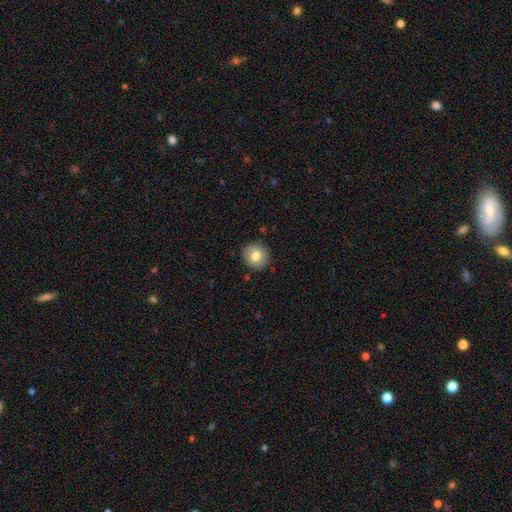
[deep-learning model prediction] Smooth or featured? smooth (80%)
How rounded? round (92%)
Merging? none (90%)